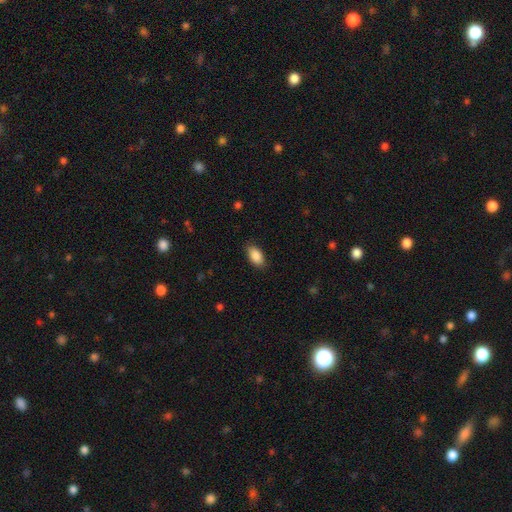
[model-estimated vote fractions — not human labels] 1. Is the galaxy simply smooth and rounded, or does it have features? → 88% smooth, 7% star or artifact, 5% featured or disk.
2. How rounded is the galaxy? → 93% in between, 4% round, 3% cigar-shaped.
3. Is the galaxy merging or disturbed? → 85% none, 11% minor disturbance, 3% major disturbance, 1% merger.